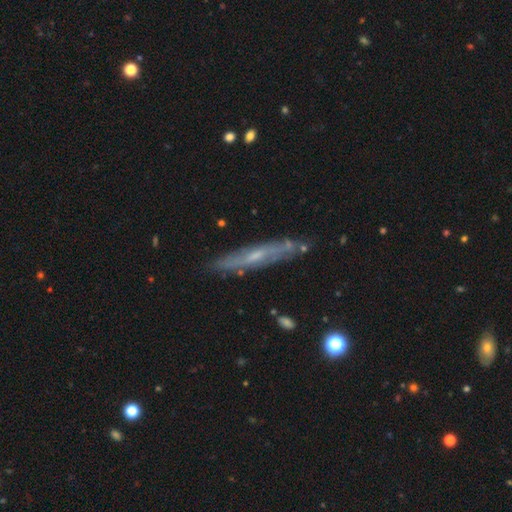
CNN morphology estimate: Smooth or featured? Predicted: featured or disk (p=0.65). Edge-on disk? Predicted: yes (p=0.72). Merging? Predicted: none (p=0.79).